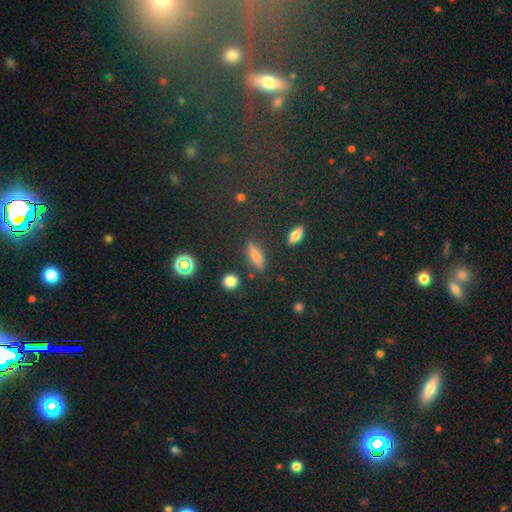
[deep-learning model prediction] A smooth galaxy with no disk features (57%) that is in between round and cigar-shaped (60%). Merging: none (82%).